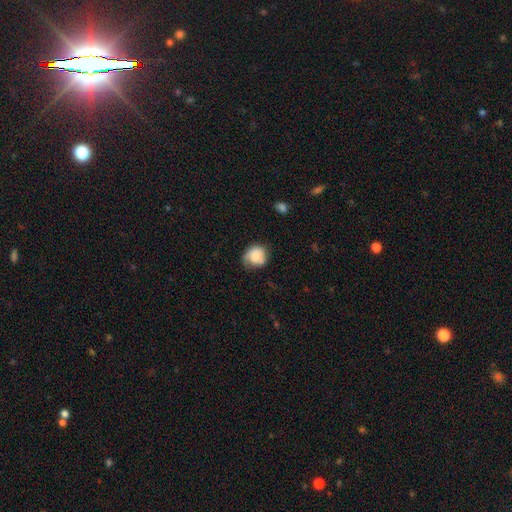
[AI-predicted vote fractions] Smooth or featured? Predicted: smooth (p=0.79). How rounded? Predicted: round (p=0.76). Merging? Predicted: none (p=0.55).